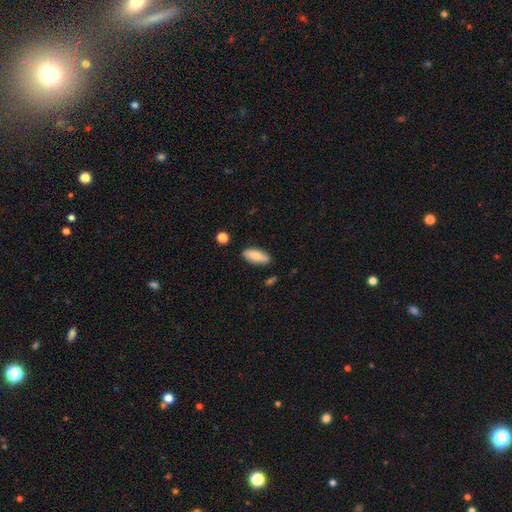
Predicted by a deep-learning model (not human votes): Morphology: type=smooth (83%); roundness=in between (73%); merging=none (85%).